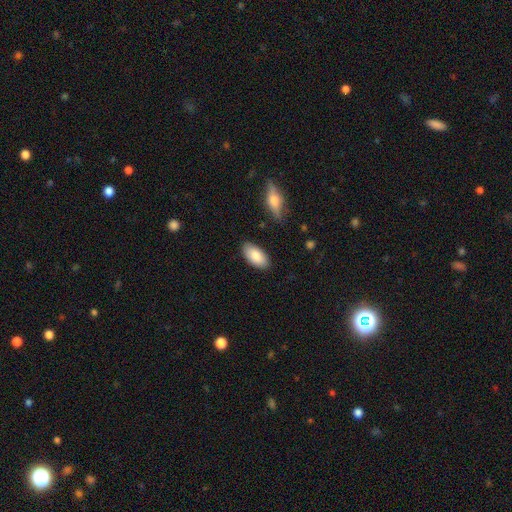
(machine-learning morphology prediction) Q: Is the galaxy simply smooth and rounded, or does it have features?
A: smooth — 83%.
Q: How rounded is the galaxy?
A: in between — 94%.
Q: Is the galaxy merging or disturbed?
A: none — 86%.